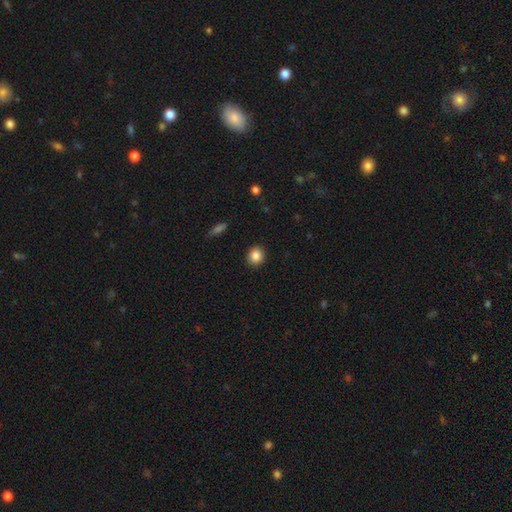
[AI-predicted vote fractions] Overall: smooth (86%). How rounded: round (84%). Merging: none (91%).